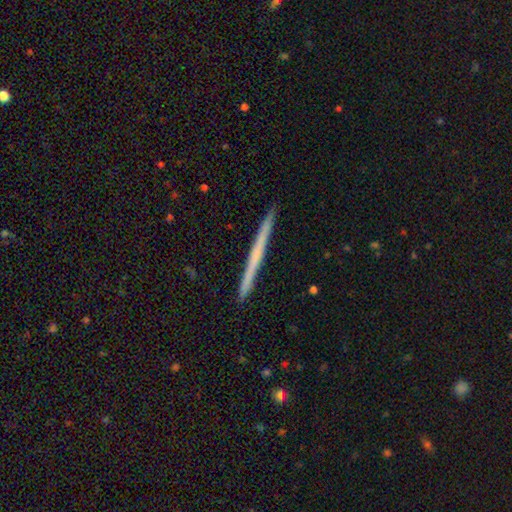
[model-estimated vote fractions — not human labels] This appears to be a featured or disk galaxy (50%) viewed edge-on (98%). Merging: none (93%).